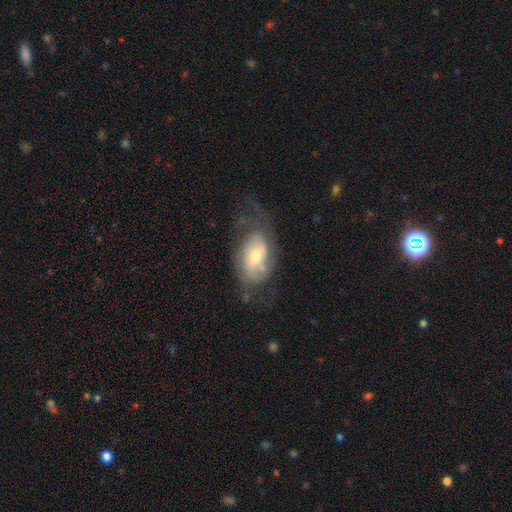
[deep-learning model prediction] A featured or disk galaxy (66%) with no bar (59%), spiral arms (79%) and a moderate central bulge (57%).

Vote fractions:
- Smooth or featured? featured or disk: 66% / smooth: 26% / star or artifact: 8%
- Edge-on disk? no: 94% / yes: 6%
- Bar? no: 59% / weak: 32% / strong: 8%
- Spiral arms? yes: 79% / no: 21%
- Bulge size? moderate: 57% / small: 36% / large: 5% / none: 1% / dominant: 1%
- Merging? none: 49% / minor disturbance: 25% / major disturbance: 24% / merger: 2%